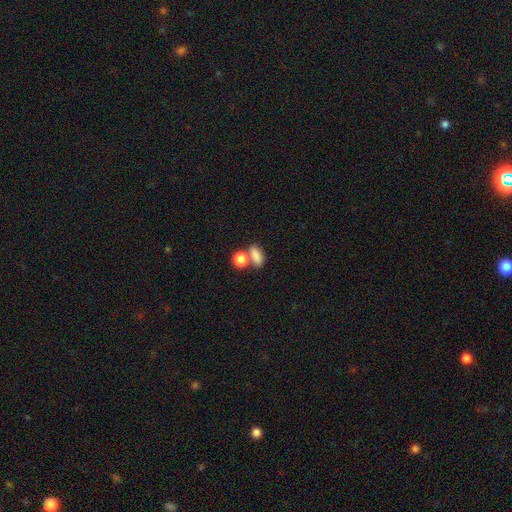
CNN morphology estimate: type=smooth (83%); roundness=in between (76%); merging=none (47%).